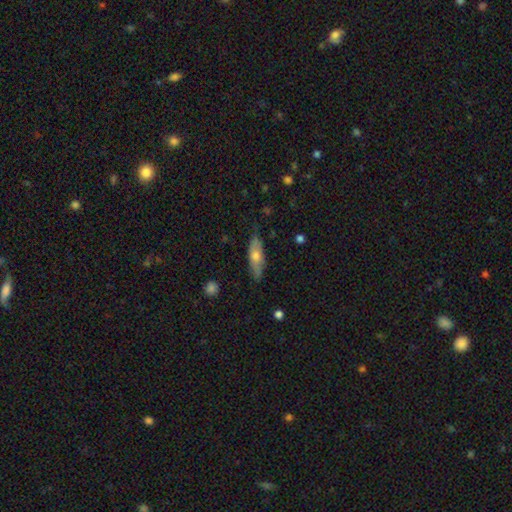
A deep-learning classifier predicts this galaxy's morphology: type=smooth (59%); roundness=in between (55%); merging=none (78%).